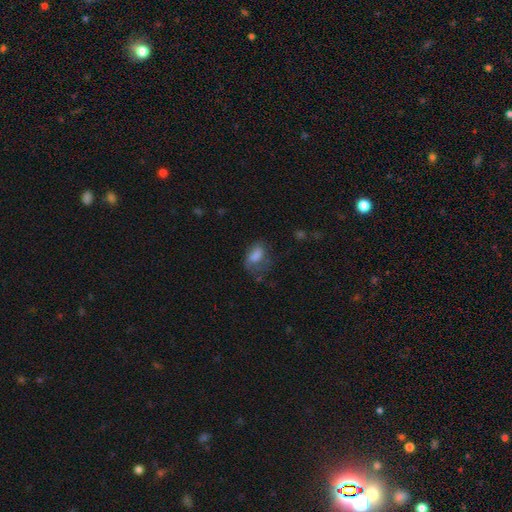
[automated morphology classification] A smooth galaxy with no disk features (72%) that is in between round and cigar-shaped (84%). Merging: none (40%).